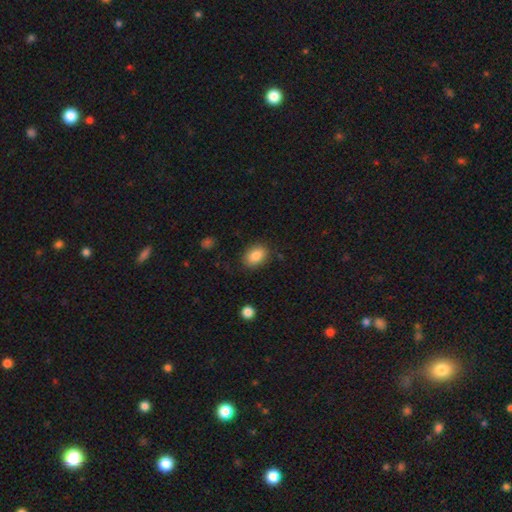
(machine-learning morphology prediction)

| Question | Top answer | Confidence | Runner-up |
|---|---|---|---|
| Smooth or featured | smooth | 85% | star or artifact (8%) |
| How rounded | in between | 78% | round (21%) |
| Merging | none | 85% | minor disturbance (11%) |